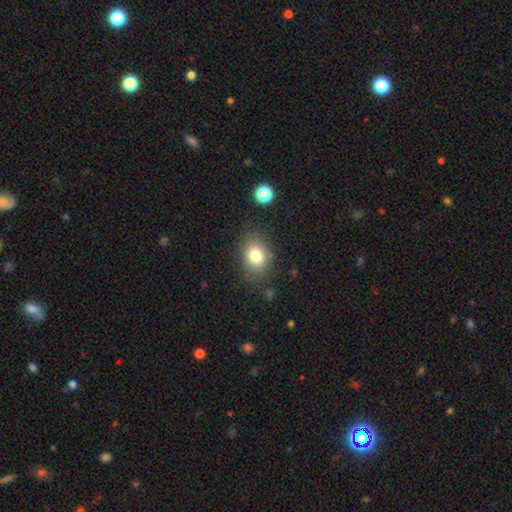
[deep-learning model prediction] Q: Smooth or featured?
A: smooth (79%); runner-up: star or artifact (11%)
Q: How rounded?
A: in between (58%); runner-up: round (41%)
Q: Merging?
A: none (80%); runner-up: minor disturbance (13%)